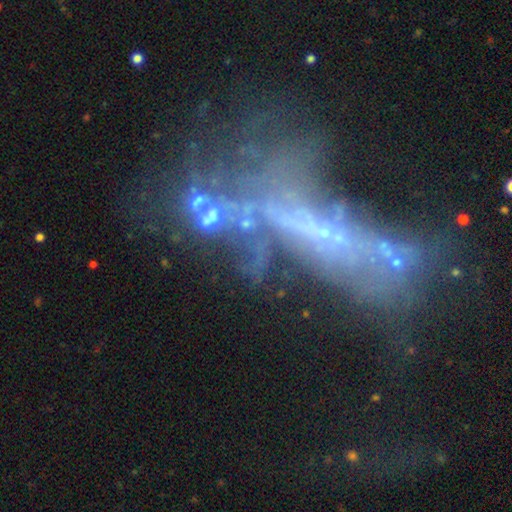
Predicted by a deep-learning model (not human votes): Smooth or featured?
  - featured or disk: 50% *
  - star or artifact: 29%
  - smooth: 20%
Edge-on disk?
  - no: 74% *
  - yes: 26%
Merging?
  - none: 33% *
  - major disturbance: 29%
  - merger: 22%
  - minor disturbance: 15%